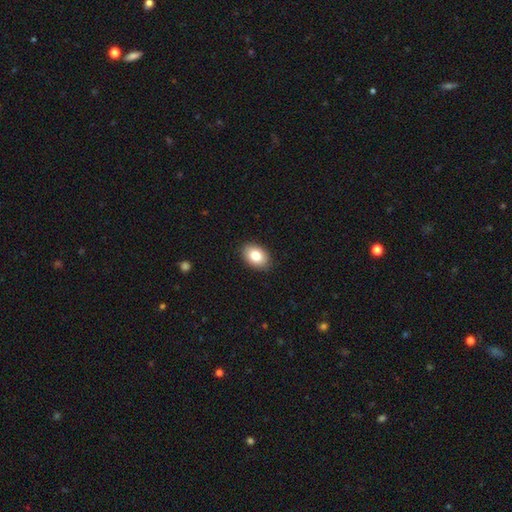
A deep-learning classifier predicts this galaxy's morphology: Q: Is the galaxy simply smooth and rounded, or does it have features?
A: smooth — 83%.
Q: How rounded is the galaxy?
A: in between — 83%.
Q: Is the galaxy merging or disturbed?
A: none — 89%.